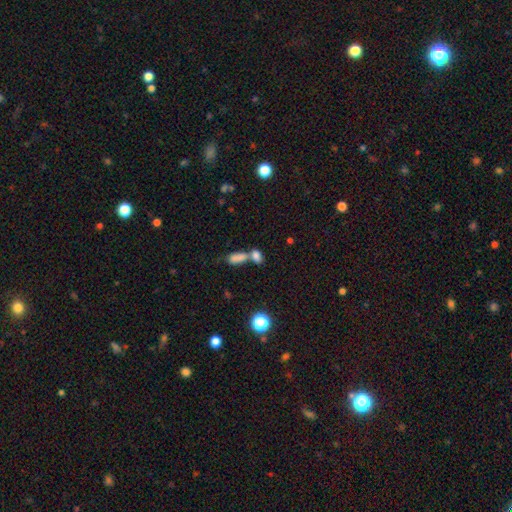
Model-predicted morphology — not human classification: Overall: smooth (79%). How rounded: in between (84%). Merging: merger (63%; none 26%).